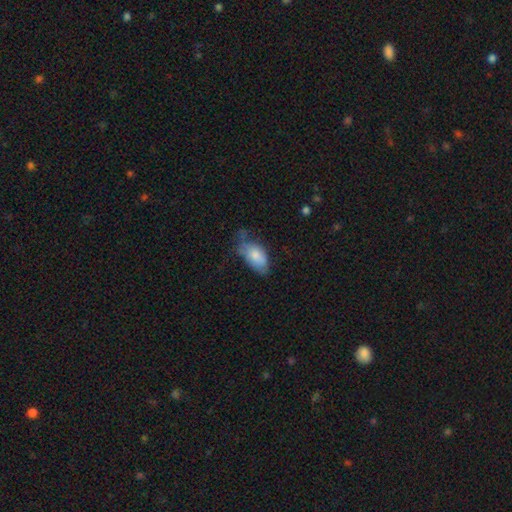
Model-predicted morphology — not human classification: Overall: smooth (79%). How rounded: in between (93%). Merging: minor disturbance (40%; none 36%).